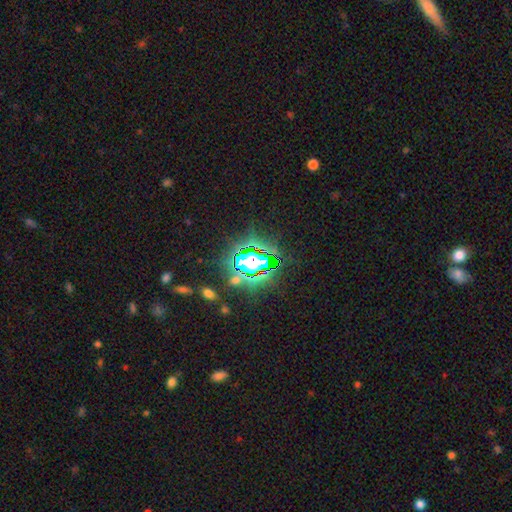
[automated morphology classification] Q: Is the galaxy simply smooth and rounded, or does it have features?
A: star or artifact — 79%.